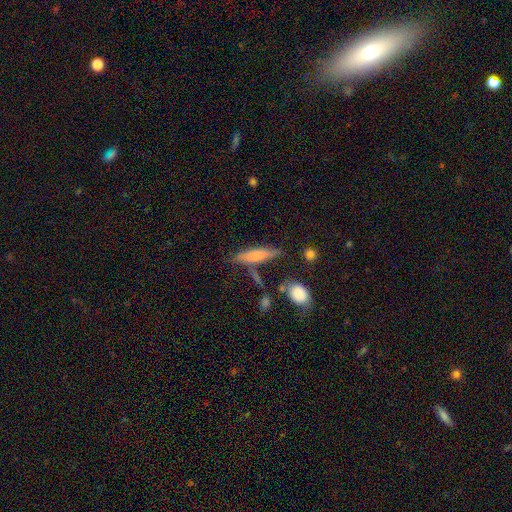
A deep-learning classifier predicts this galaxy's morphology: A smooth galaxy with no disk features (70%) that is cigar-shaped (70%). Merging: none (67%).